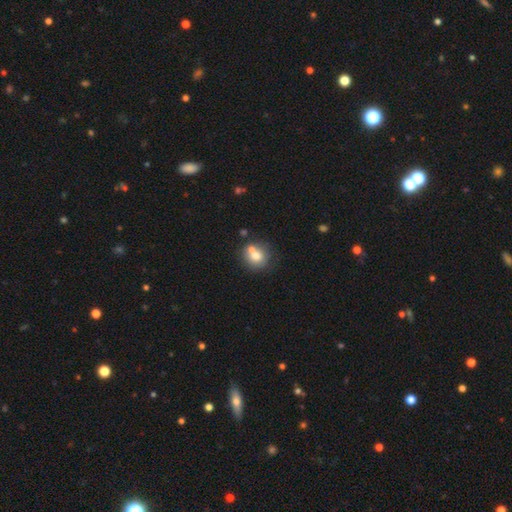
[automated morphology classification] A smooth galaxy with no disk features (71%) that is round (80%). Merging: none (50%).